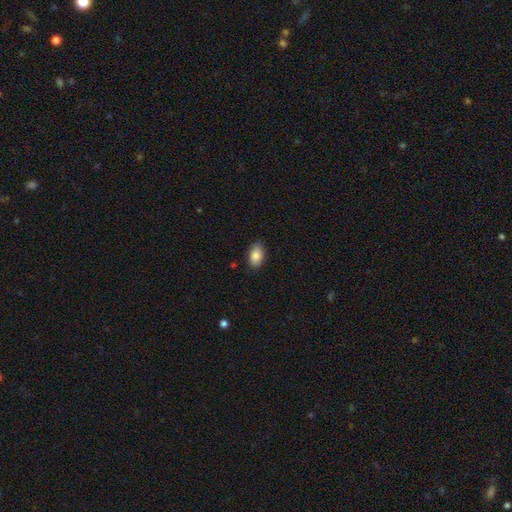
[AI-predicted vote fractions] smooth_or_featured: smooth (p=0.86) [alt: star or artifact p=0.07]
how_rounded: in between (p=0.90) [alt: round p=0.09]
merging: none (p=0.85) [alt: minor disturbance p=0.12]